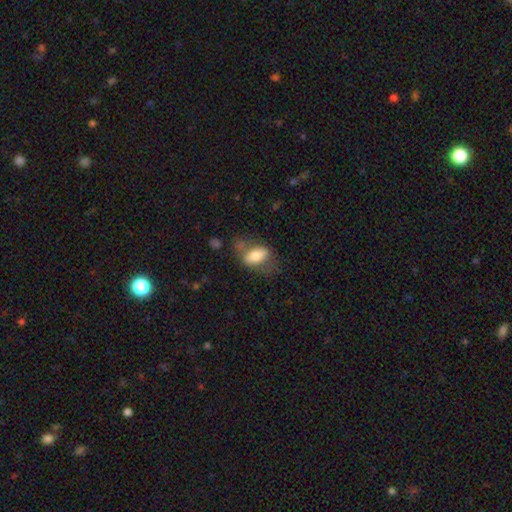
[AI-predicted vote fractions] Smooth or featured? Predicted: smooth (p=0.70). How rounded? Predicted: in between (p=0.88). Merging? Predicted: none (p=0.46).